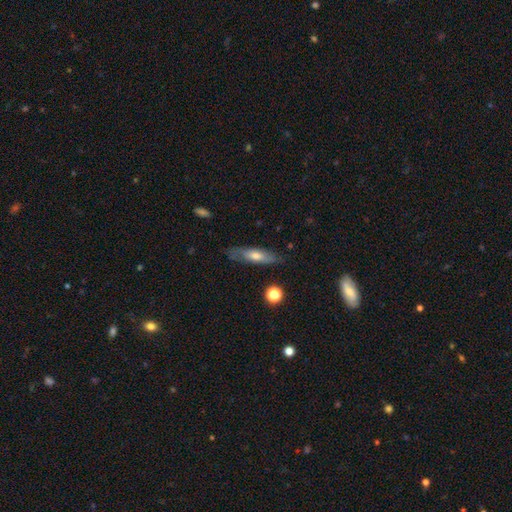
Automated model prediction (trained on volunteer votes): Smooth or featured: smooth — 53% (featured or disk — 40%)
How rounded: cigar-shaped — 62% (in between — 36%)
Merging: none — 78% (minor disturbance — 16%)